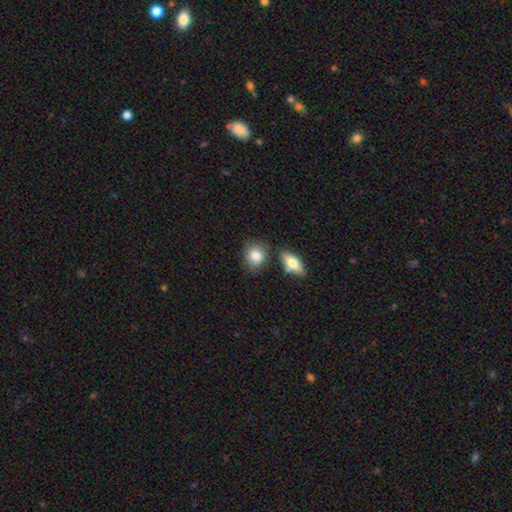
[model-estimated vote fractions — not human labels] Q: Smooth or featured?
A: smooth (82%); runner-up: featured or disk (10%)
Q: How rounded?
A: round (57%); runner-up: in between (41%)
Q: Merging?
A: none (69%); runner-up: minor disturbance (14%)